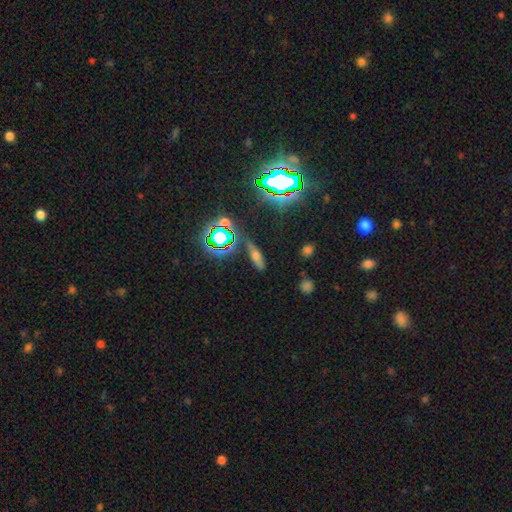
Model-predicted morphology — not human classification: A smooth galaxy with no disk features (46%).

Vote fractions:
- Smooth or featured? smooth: 46% / star or artifact: 33% / featured or disk: 21%
- Merging? none: 73% / minor disturbance: 16% / major disturbance: 6% / merger: 5%